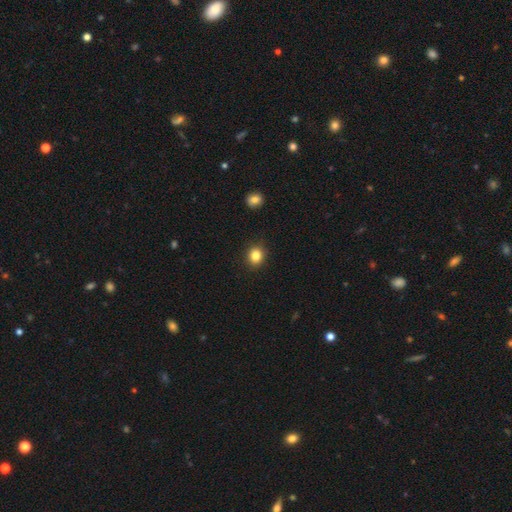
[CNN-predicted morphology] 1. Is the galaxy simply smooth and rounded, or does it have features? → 84% smooth, 11% star or artifact, 5% featured or disk.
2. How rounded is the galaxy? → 77% round, 22% in between, 1% cigar-shaped.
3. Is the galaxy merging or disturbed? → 90% none, 7% minor disturbance, 2% major disturbance, 1% merger.